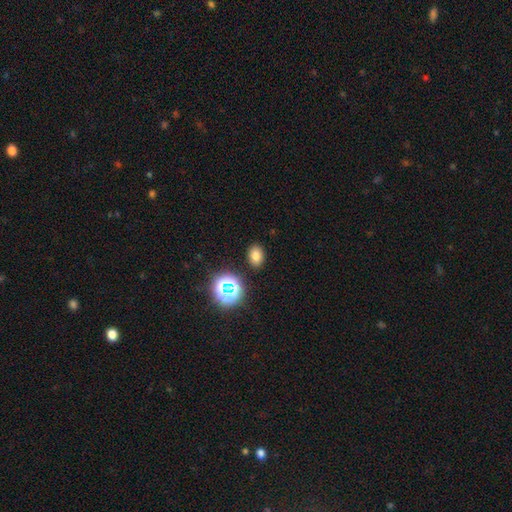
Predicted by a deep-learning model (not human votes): Smooth or featured? Predicted: smooth (p=0.75). How rounded? Predicted: in between (p=0.71). Merging? Predicted: none (p=0.87).